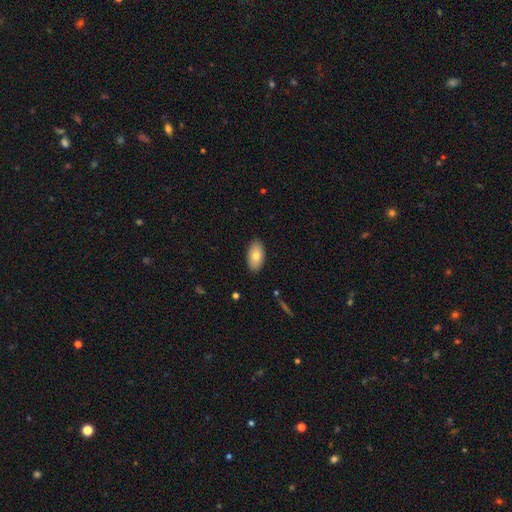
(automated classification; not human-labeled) A smooth galaxy with no disk features (77%) that is in between round and cigar-shaped (95%).

Vote fractions:
- Smooth or featured? smooth: 77% / featured or disk: 16% / star or artifact: 6%
- How rounded? in between: 95% / round: 3% / cigar-shaped: 2%
- Merging? none: 87% / minor disturbance: 10% / major disturbance: 2% / merger: 1%